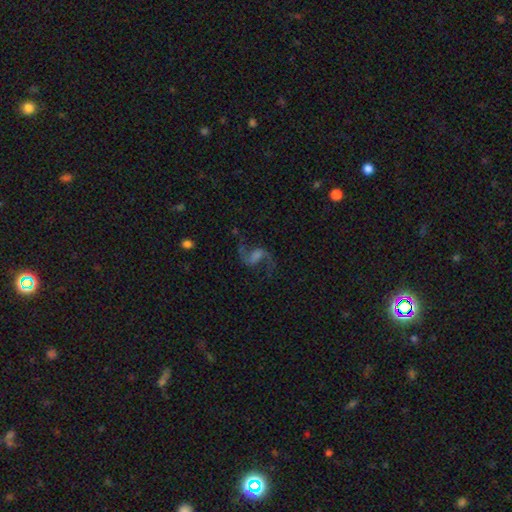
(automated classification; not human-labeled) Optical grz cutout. It shows a featured or disk galaxy (84%) with a weak bar (47%), 2 (93%) loose (70%) spiral arms (96%) and no central bulge (42%). Merging: none (73%).